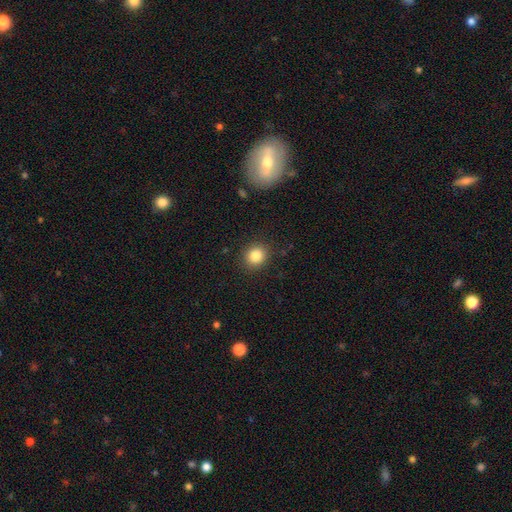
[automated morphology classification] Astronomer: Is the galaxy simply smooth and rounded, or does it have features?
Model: smooth — 84%.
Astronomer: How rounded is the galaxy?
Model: round — 80%.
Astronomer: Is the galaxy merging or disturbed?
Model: none — 89%.